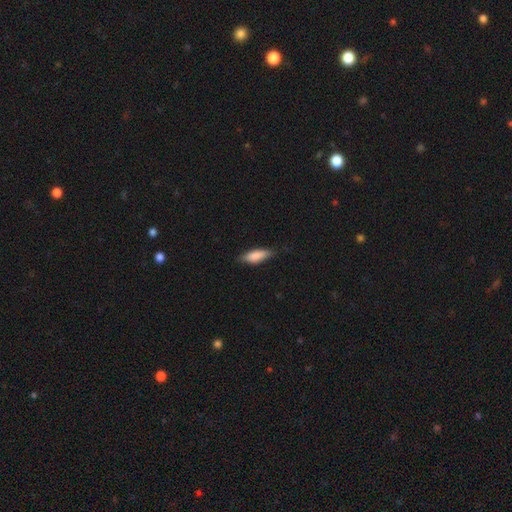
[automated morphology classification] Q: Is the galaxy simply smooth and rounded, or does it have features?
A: smooth — 82%.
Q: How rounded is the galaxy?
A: in between — 61%.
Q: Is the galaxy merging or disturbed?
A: none — 77%.